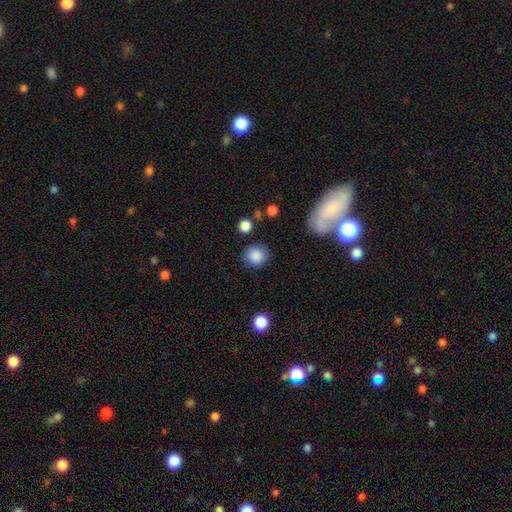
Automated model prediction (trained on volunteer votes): A smooth galaxy with no disk features (87%) that is round (86%). Merging: none (84%).